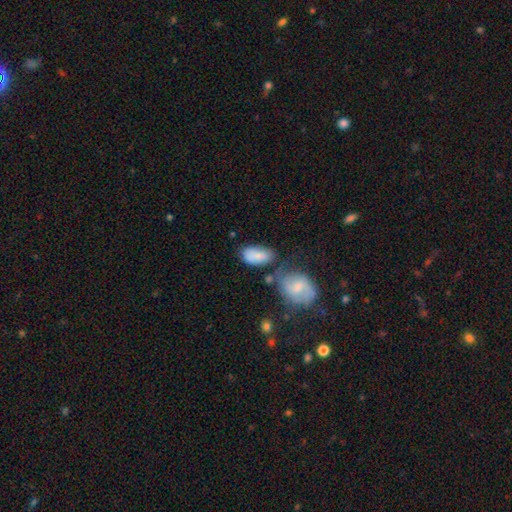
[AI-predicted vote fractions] Smooth or featured? smooth (80%)
How rounded? in between (93%)
Merging? none (51%)